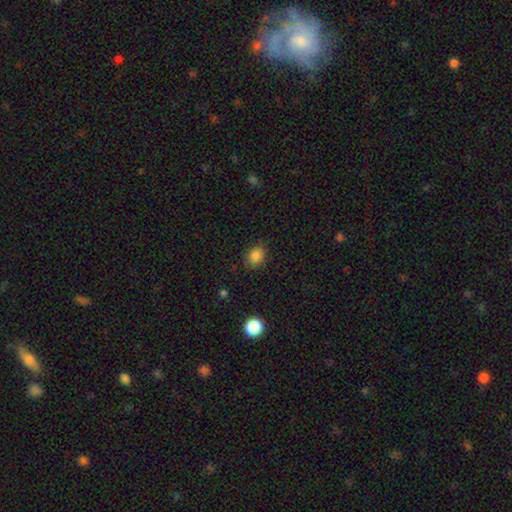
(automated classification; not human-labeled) Smooth or featured? smooth (85%)
How rounded? in between (50%)
Merging? none (83%)